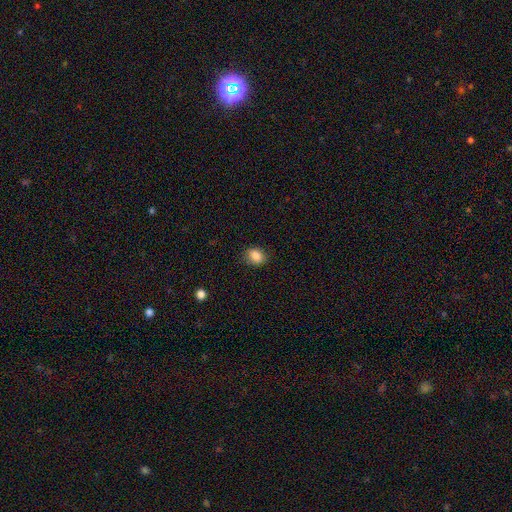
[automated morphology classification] smooth 87%, star or artifact 10%, featured or disk 4%. Down the decision tree: how rounded — in between (50%); merging — none (82%).